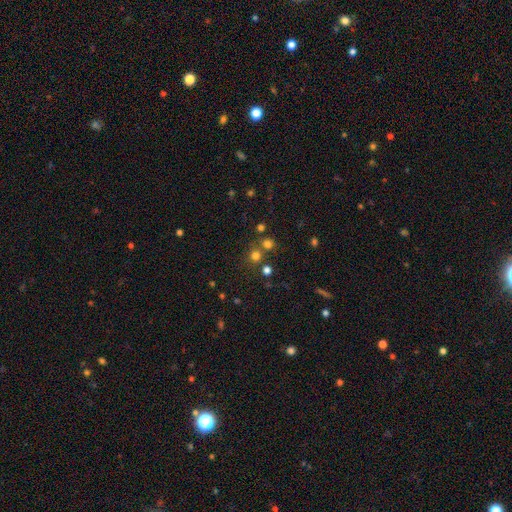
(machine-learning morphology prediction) A smooth galaxy with no disk features (69%) that is round (90%).

Vote fractions:
- Smooth or featured? smooth: 69% / star or artifact: 24% / featured or disk: 7%
- How rounded? round: 90% / in between: 9% / cigar-shaped: 1%
- Merging? none: 70% / merger: 20% / minor disturbance: 7% / major disturbance: 3%